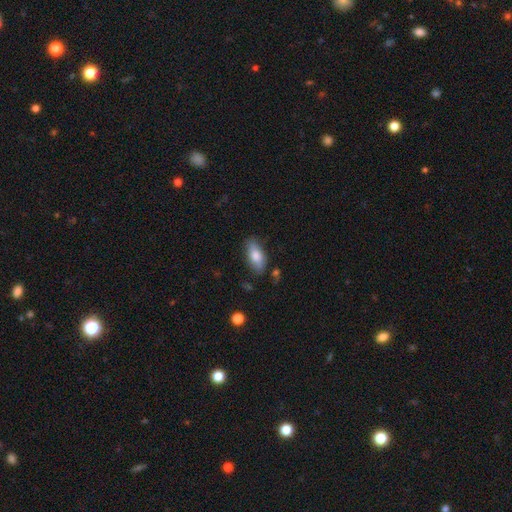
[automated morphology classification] smooth 77%, featured or disk 17%, star or artifact 6%. Down the decision tree: how rounded — in between (88%); merging — none (78%).